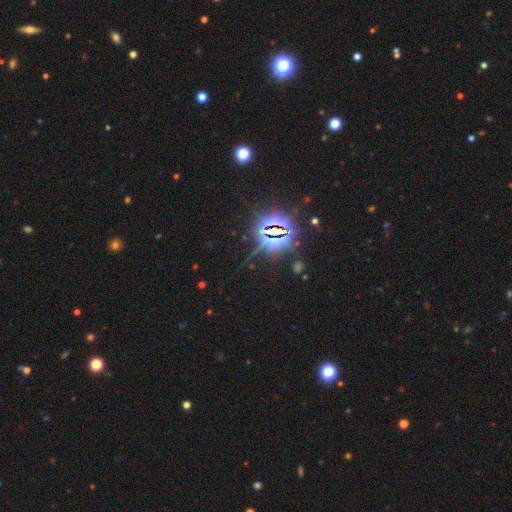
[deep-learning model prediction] smooth_or_featured: star or artifact (p=0.85) [alt: smooth p=0.08]